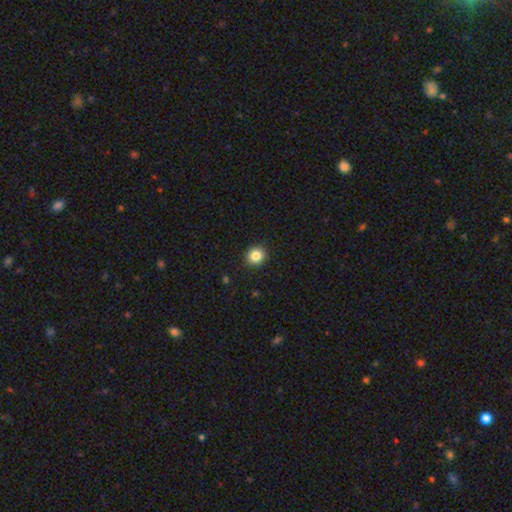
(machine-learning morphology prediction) type=smooth (85%); roundness=round (85%); merging=none (92%).